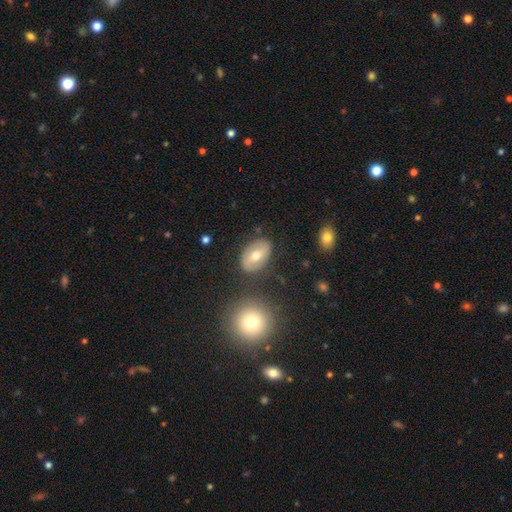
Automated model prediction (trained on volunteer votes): Morphology: type=smooth (56%); roundness=in between (85%); merging=none (78%).